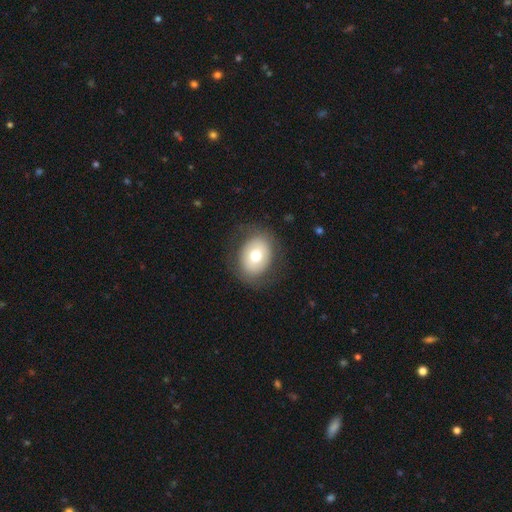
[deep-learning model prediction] This appears to be a smooth galaxy with no disk features (67%) that is in between round and cigar-shaped (54%). Merging: none (78%).